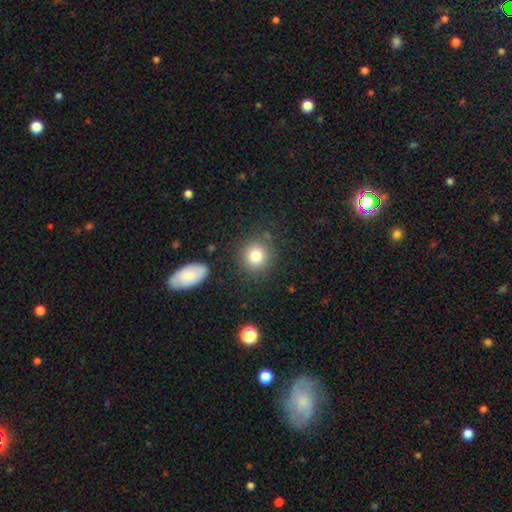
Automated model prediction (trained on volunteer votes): This appears to be a smooth galaxy with no disk features (81%) that is round (84%). Merging: none (85%).